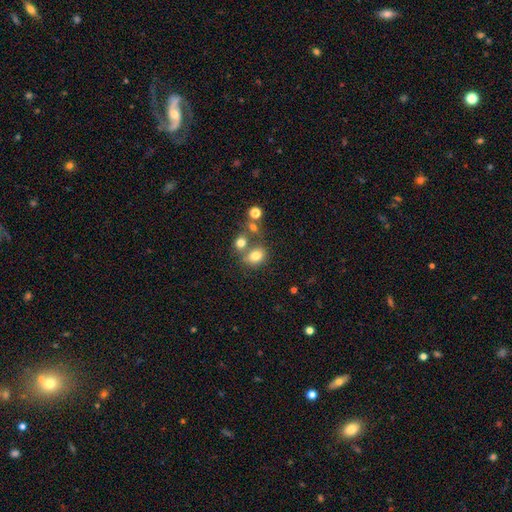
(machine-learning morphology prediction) Smooth or featured?
  - smooth: 76% *
  - star or artifact: 13%
  - featured or disk: 11%
How rounded?
  - round: 52% *
  - in between: 47%
  - cigar-shaped: 1%
Merging?
  - none: 51% *
  - merger: 31%
  - minor disturbance: 12%
  - major disturbance: 6%